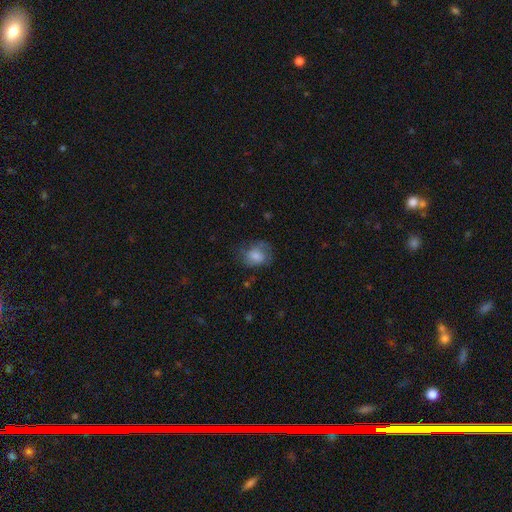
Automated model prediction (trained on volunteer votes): smooth-or-featured: smooth: 70% | featured or disk: 21% | star or artifact: 9%
  how-rounded: in between: 51% | round: 48% | cigar-shaped: 1%
  merging: none: 56% | minor disturbance: 27% | major disturbance: 16% | merger: 2%